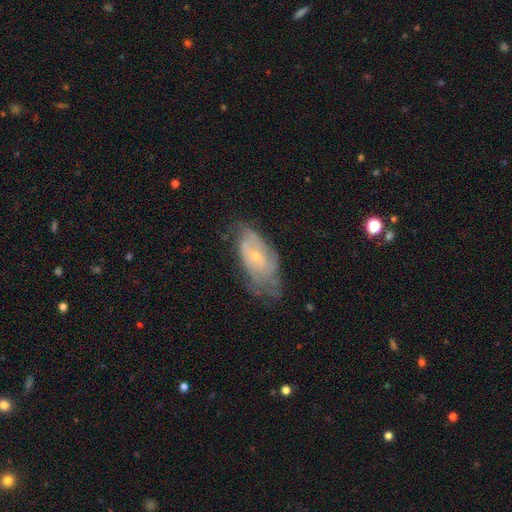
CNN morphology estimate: Overall: featured or disk (69%). Edge-on disk: no (93%). Bar: no (68%). Spiral arms: yes (79%). Spiral arm count: can't tell (58%; 2 21%). Spiral winding: tight (59%; medium 31%). Bulge size: small (73%). Merging: none (52%; minor disturbance 31%).